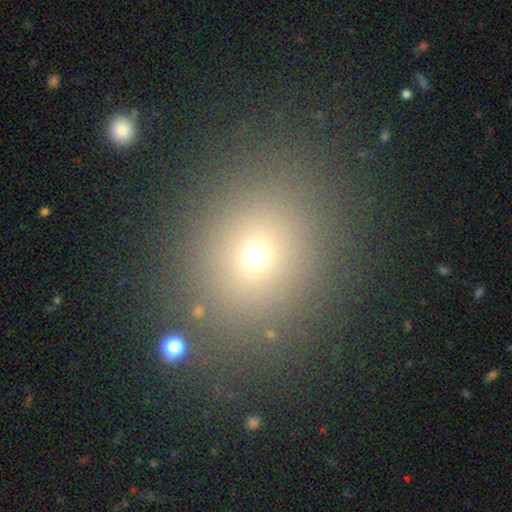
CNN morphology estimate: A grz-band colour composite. It shows a smooth galaxy with no disk features (66%) that is round (67%). Merging: none (84%).